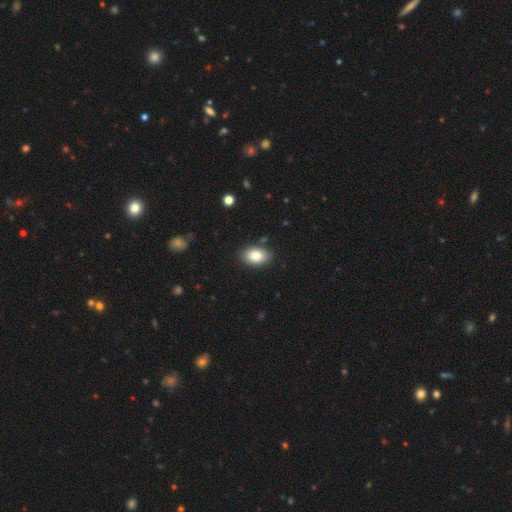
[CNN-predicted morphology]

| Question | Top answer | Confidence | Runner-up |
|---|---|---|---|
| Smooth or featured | smooth | 83% | featured or disk (9%) |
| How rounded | in between | 87% | round (12%) |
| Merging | none | 85% | minor disturbance (10%) |